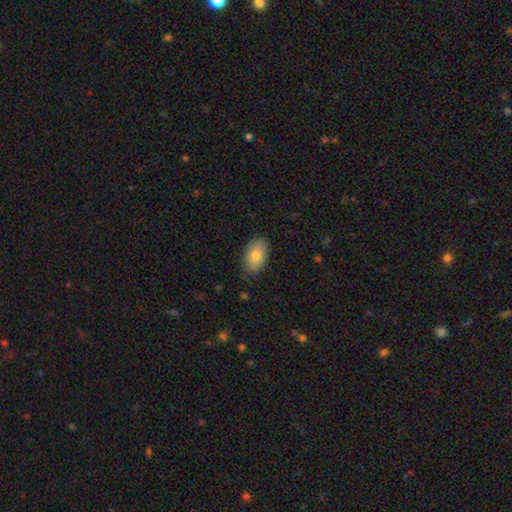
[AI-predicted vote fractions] smooth-or-featured: smooth: 83% | featured or disk: 10% | star or artifact: 7%
  how-rounded: in between: 93% | round: 5% | cigar-shaped: 2%
  merging: none: 84% | minor disturbance: 13% | major disturbance: 2% | merger: 1%